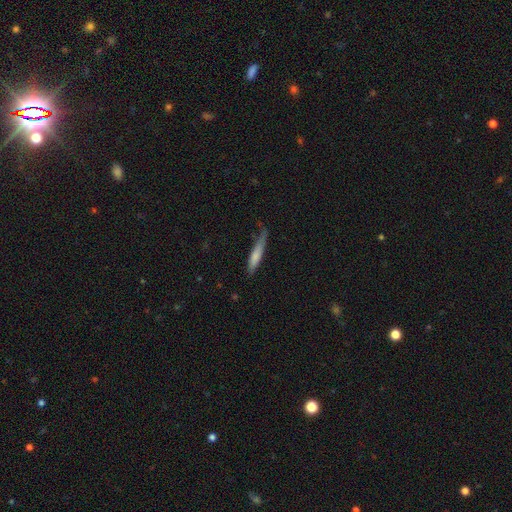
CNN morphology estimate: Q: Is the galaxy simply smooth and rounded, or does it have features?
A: smooth — 72%.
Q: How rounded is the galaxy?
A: cigar-shaped — 88%.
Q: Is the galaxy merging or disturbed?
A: none — 55%.